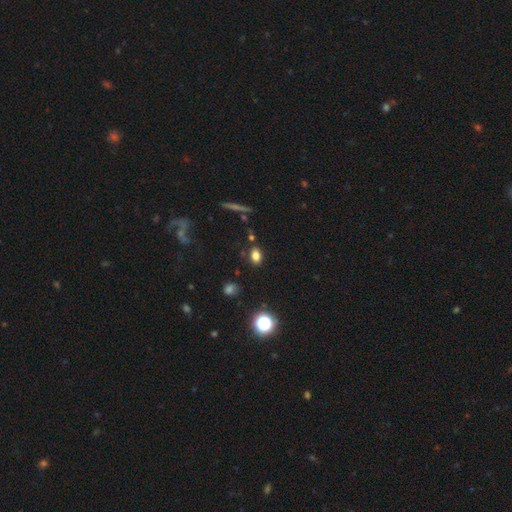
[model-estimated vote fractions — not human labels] Overall: smooth (77%). How rounded: in between (80%). Merging: none (81%).